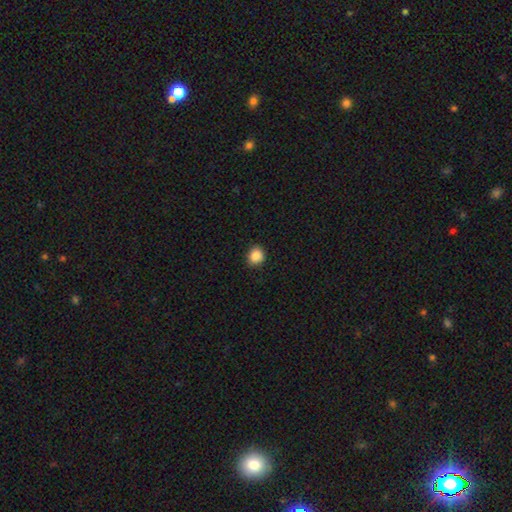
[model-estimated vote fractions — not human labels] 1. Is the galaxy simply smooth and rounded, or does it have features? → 87% smooth, 10% star or artifact, 3% featured or disk.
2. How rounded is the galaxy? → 74% round, 25% in between, 1% cigar-shaped.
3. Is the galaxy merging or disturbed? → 88% none, 9% minor disturbance, 2% major disturbance, 1% merger.